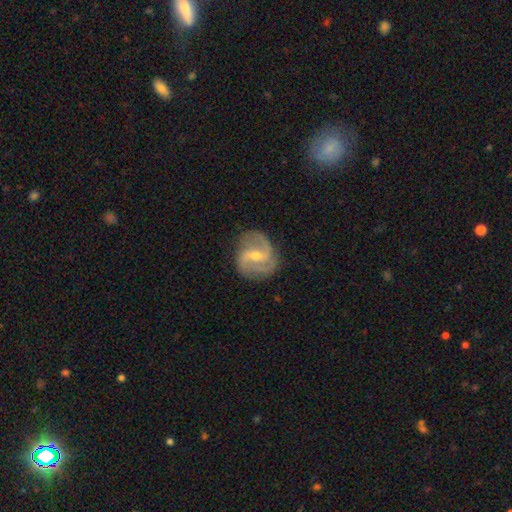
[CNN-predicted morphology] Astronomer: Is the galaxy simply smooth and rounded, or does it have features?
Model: featured or disk — 88%.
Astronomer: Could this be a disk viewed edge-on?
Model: no — 98%.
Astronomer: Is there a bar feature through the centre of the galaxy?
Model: weak — 47% (runner-up: strong, 30%).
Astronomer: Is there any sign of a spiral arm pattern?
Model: yes — 97%.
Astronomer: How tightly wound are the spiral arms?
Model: medium — 53%.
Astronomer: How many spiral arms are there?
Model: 2 — 58%.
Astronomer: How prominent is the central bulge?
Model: small — 53% (runner-up: moderate, 44%).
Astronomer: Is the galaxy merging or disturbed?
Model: none — 78%.